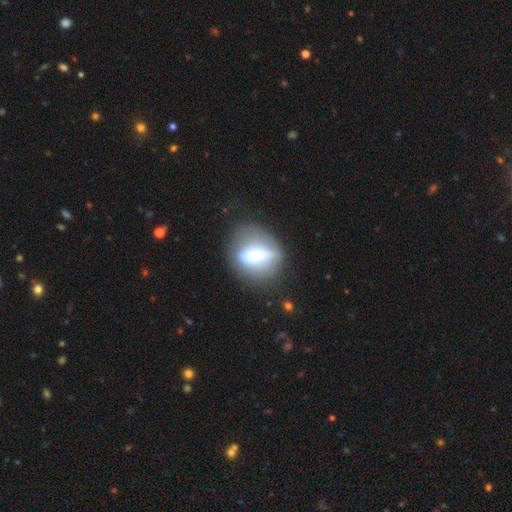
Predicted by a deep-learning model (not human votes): A smooth galaxy with no disk features (47%).

Vote fractions:
- Smooth or featured? smooth: 47% / featured or disk: 43% / star or artifact: 10%
- Merging? none: 70% / minor disturbance: 17% / major disturbance: 10% / merger: 3%